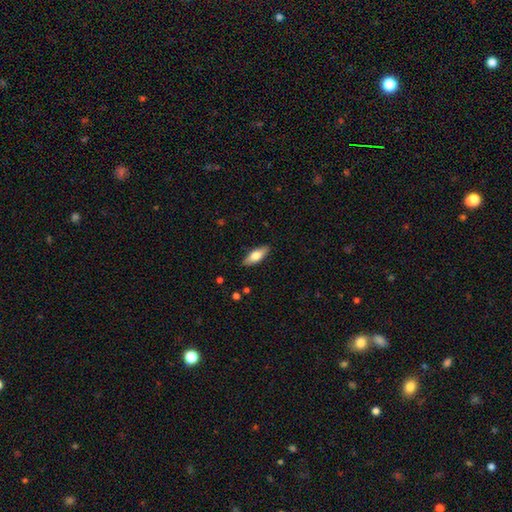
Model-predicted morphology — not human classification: smooth 66%, featured or disk 28%, star or artifact 6%. Down the decision tree: how rounded — in between (69%); merging — none (88%).